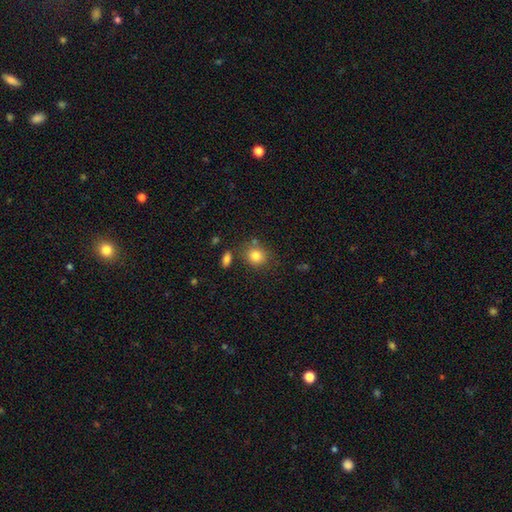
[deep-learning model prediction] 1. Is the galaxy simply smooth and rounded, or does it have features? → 82% smooth, 11% star or artifact, 8% featured or disk.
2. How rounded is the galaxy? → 75% round, 24% in between, 1% cigar-shaped.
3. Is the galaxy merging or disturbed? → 74% none, 12% minor disturbance, 10% merger, 4% major disturbance.